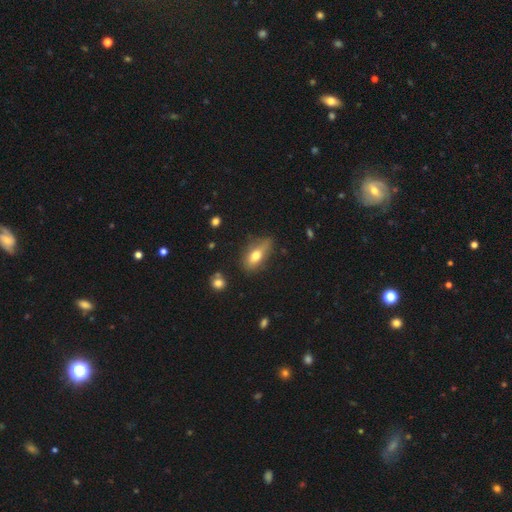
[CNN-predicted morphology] smooth-or-featured: smooth: 68% | featured or disk: 24% | star or artifact: 9%
  how-rounded: in between: 76% | cigar-shaped: 18% | round: 6%
  merging: none: 63% | minor disturbance: 26% | major disturbance: 8% | merger: 3%